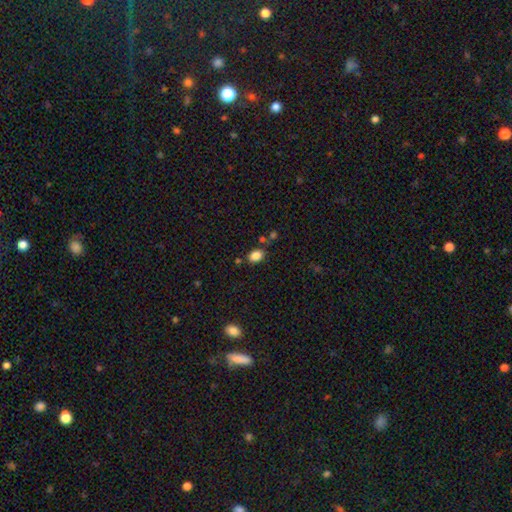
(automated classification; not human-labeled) Morphology: type=smooth (85%); roundness=in between (76%); merging=none (75%).